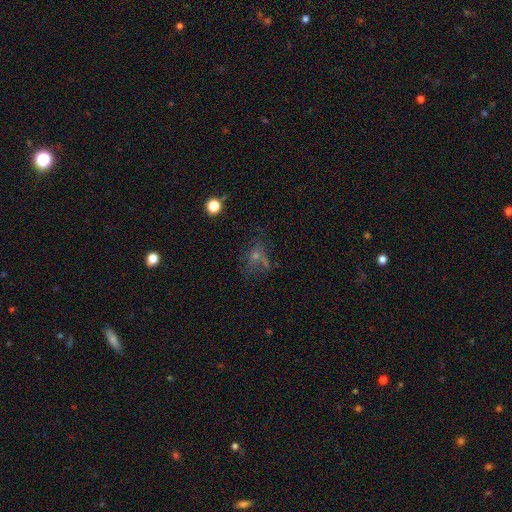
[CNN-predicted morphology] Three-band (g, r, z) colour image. It shows a smooth galaxy with no disk features (38%). Merging: none (51%).